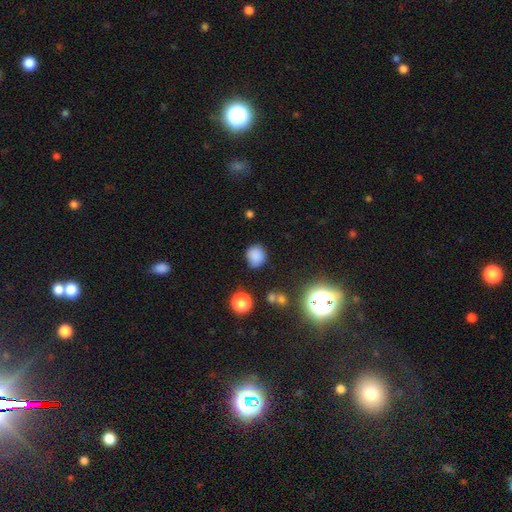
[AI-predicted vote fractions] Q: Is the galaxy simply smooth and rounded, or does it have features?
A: smooth — 82%.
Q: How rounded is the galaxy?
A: round — 82%.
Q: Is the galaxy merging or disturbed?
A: none — 78%.